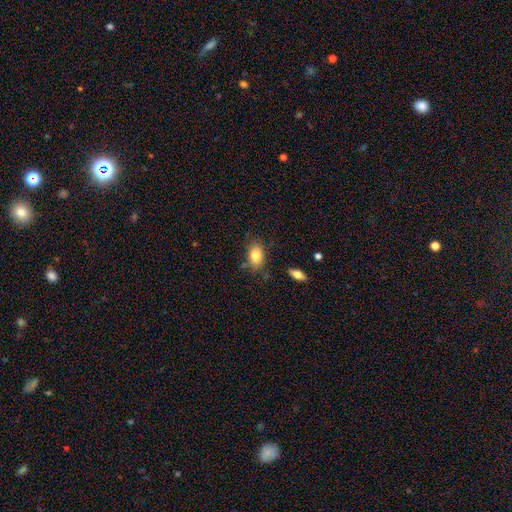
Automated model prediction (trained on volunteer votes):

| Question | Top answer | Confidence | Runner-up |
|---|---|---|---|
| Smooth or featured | smooth | 82% | featured or disk (10%) |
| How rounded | in between | 86% | round (12%) |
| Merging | none | 78% | minor disturbance (15%) |